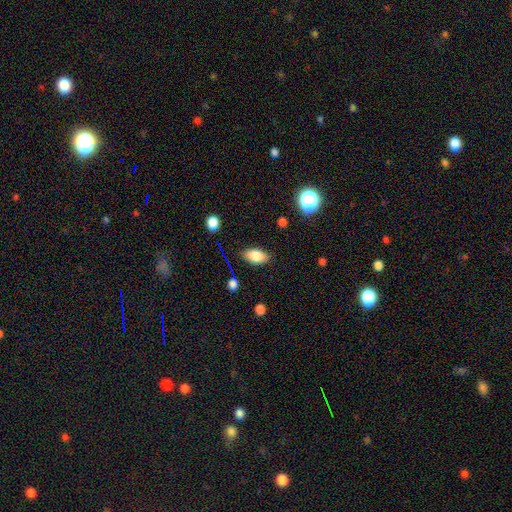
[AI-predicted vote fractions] Q: Smooth or featured?
A: smooth (81%); runner-up: featured or disk (10%)
Q: How rounded?
A: in between (91%); runner-up: round (5%)
Q: Merging?
A: none (84%); runner-up: minor disturbance (12%)